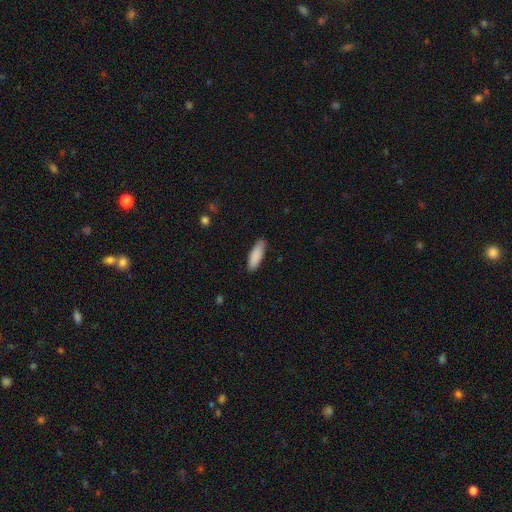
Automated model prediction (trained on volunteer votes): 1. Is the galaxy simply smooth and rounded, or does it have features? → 88% smooth, 6% featured or disk, 6% star or artifact.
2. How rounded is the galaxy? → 57% in between, 41% cigar-shaped, 1% round.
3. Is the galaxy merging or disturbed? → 86% none, 11% minor disturbance, 2% major disturbance, 1% merger.